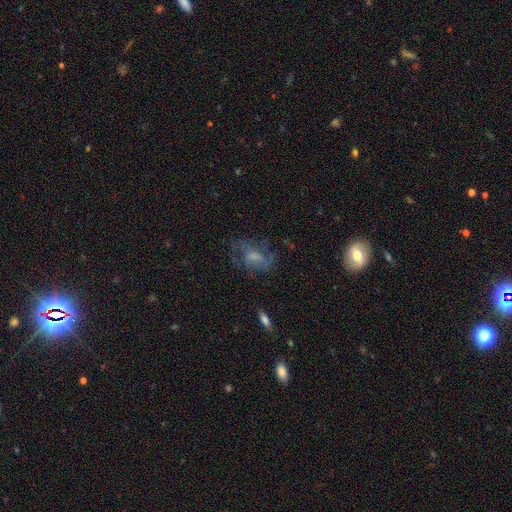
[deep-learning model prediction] Smooth or featured: featured or disk — 56% (smooth — 30%)
Edge-on disk: no — 94% (yes — 6%)
Bar: no — 49% (weak — 41%)
Spiral arms: yes — 71% (no — 29%)
Bulge size: moderate — 33% (small — 32%)
Merging: none — 57% (major disturbance — 21%)